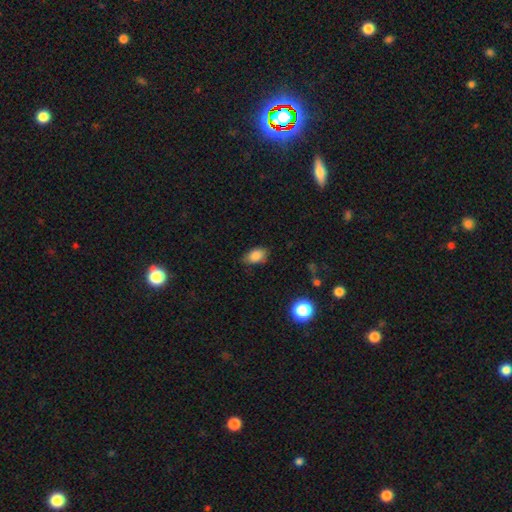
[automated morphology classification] Smooth or featured? Predicted: smooth (p=0.85). How rounded? Predicted: in between (p=0.88). Merging? Predicted: none (p=0.73).